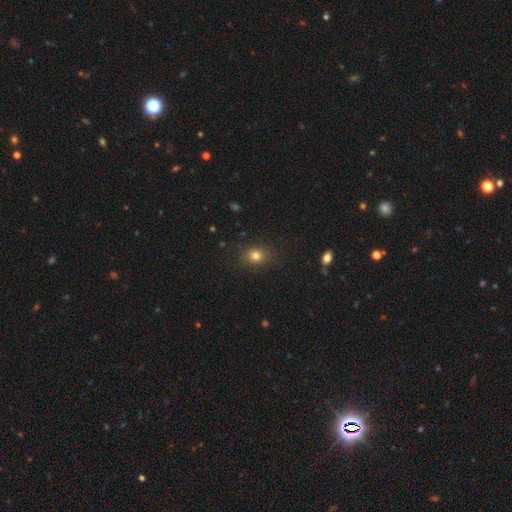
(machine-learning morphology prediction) smooth 79%, star or artifact 14%, featured or disk 7%. Down the decision tree: how rounded — round (58%); merging — none (85%).